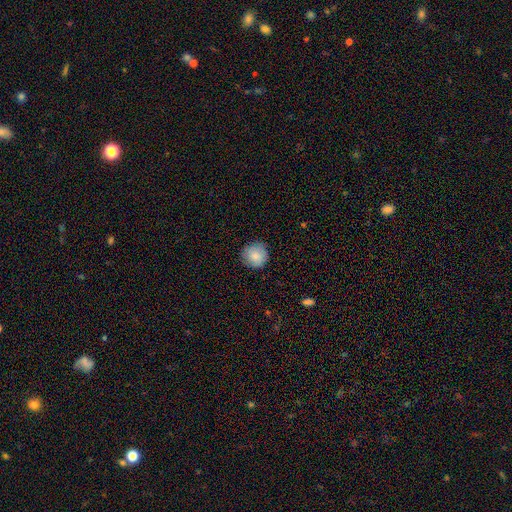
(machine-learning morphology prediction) smooth-or-featured: smooth: 84% | featured or disk: 8% | star or artifact: 8%
  how-rounded: round: 93% | in between: 6% | cigar-shaped: 1%
  merging: none: 84% | minor disturbance: 13% | major disturbance: 2% | merger: 1%